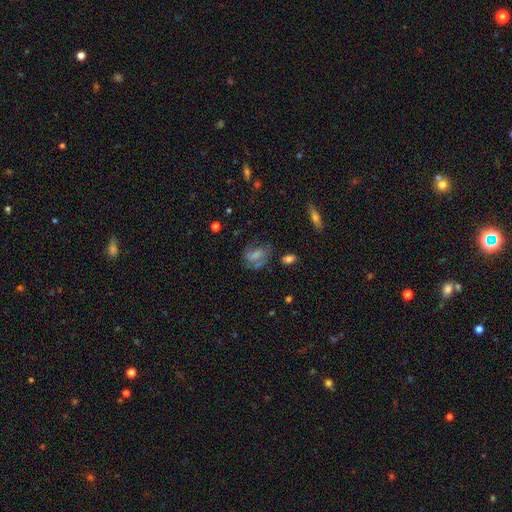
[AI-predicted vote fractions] smooth_or_featured: featured or disk (p=0.51) [alt: smooth p=0.37]
disk_edge_on: no (p=0.96) [alt: yes p=0.04]
merging: none (p=0.52) [alt: minor disturbance p=0.23]